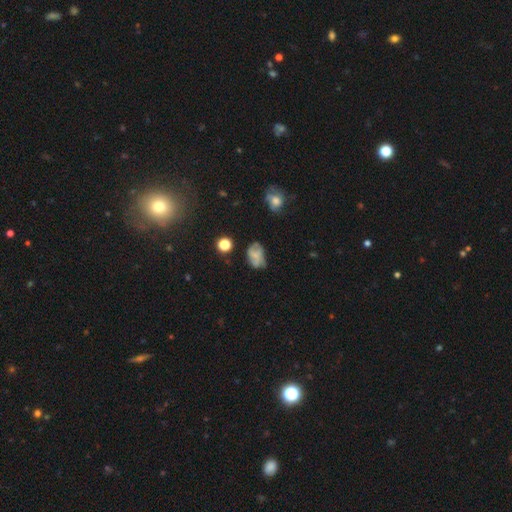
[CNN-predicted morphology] The model was most divided on "smooth or featured": smooth: 50%, featured or disk: 37%, star or artifact: 13%. Remaining: merging — none (47%).